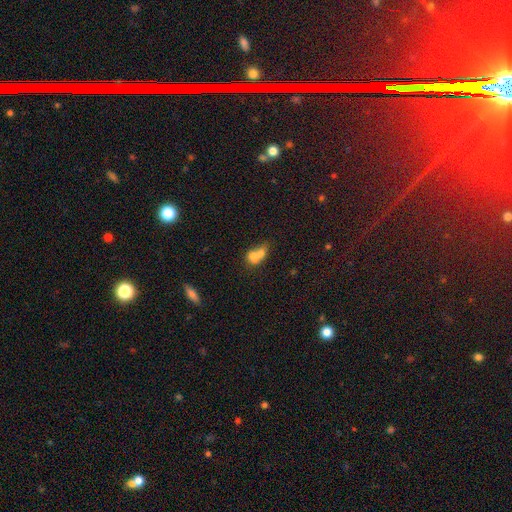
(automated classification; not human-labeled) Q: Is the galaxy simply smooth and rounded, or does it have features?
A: smooth — 68%.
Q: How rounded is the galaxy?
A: in between — 49%.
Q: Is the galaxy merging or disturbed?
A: merger — 74%.